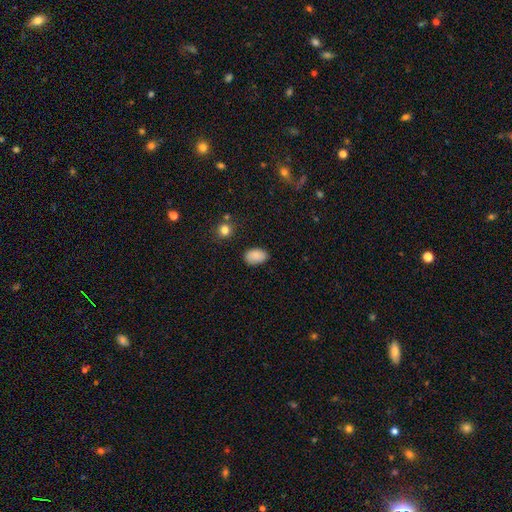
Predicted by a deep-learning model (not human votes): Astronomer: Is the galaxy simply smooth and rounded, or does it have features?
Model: smooth — 88%.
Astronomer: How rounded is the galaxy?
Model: in between — 89%.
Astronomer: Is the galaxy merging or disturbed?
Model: none — 83%.